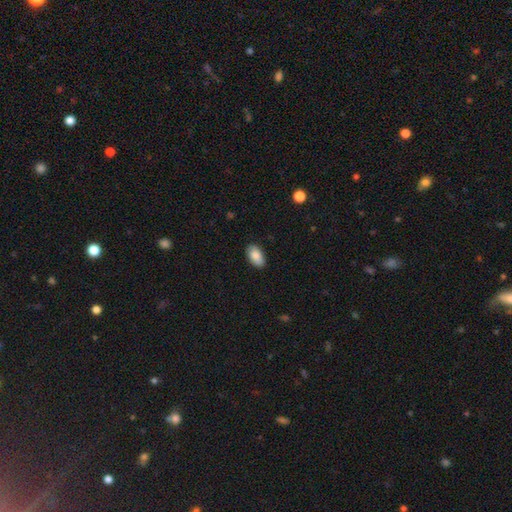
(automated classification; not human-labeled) smooth 87%, featured or disk 7%, star or artifact 6%. Down the decision tree: how rounded — in between (94%); merging — none (86%).